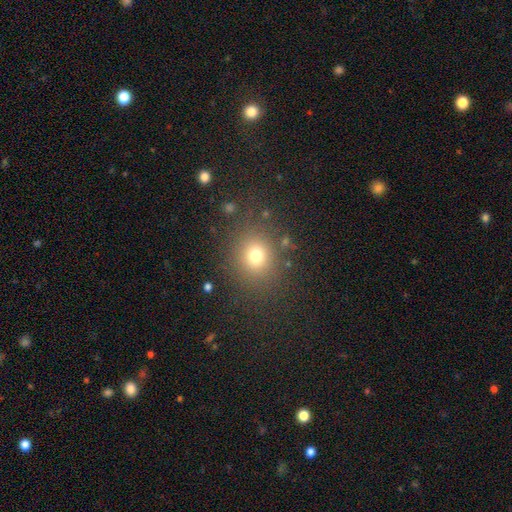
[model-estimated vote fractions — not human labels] Smooth or featured?
  - smooth: 74% *
  - star or artifact: 17%
  - featured or disk: 9%
How rounded?
  - round: 70% *
  - in between: 29%
  - cigar-shaped: 1%
Merging?
  - none: 82% *
  - minor disturbance: 10%
  - major disturbance: 5%
  - merger: 3%